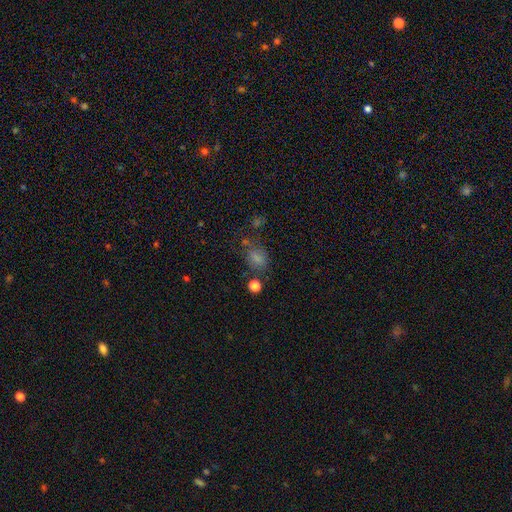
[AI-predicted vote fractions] Smooth or featured? Predicted: smooth (p=0.68). How rounded? Predicted: in between (p=0.61). Merging? Predicted: none (p=0.59).